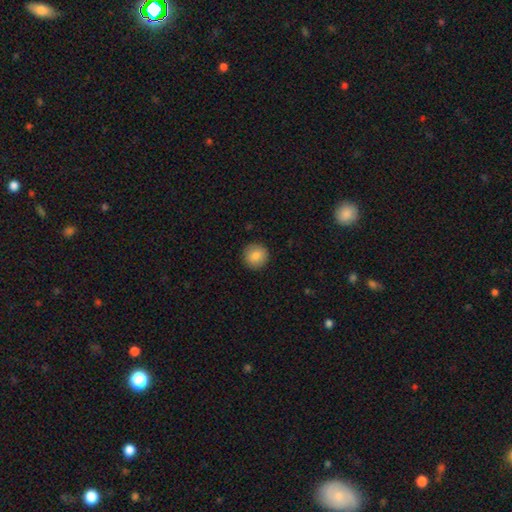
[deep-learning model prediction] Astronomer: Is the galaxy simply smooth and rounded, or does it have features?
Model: smooth — 85%.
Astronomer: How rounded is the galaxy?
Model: round — 94%.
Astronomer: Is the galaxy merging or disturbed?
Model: none — 91%.